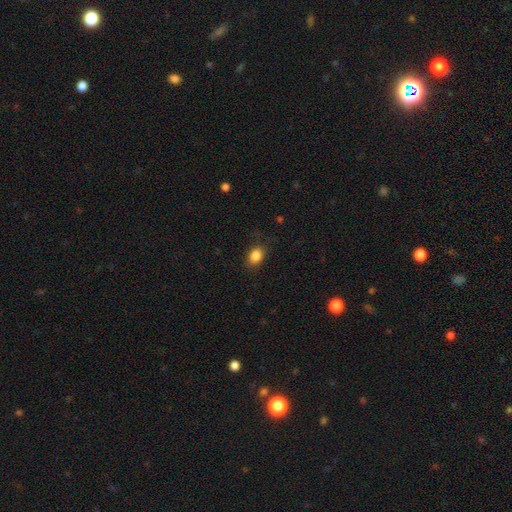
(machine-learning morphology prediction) A smooth galaxy with no disk features (85%) that is in between round and cigar-shaped (65%). Merging: none (82%).